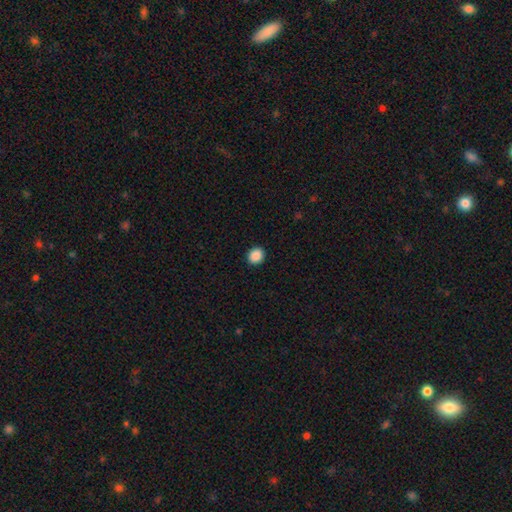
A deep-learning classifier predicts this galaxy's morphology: A smooth galaxy with no disk features (89%) that is round (75%).

Vote fractions:
- Smooth or featured? smooth: 89% / star or artifact: 9% / featured or disk: 2%
- How rounded? round: 75% / in between: 24% / cigar-shaped: 1%
- Merging? none: 92% / minor disturbance: 5% / major disturbance: 2% / merger: 1%